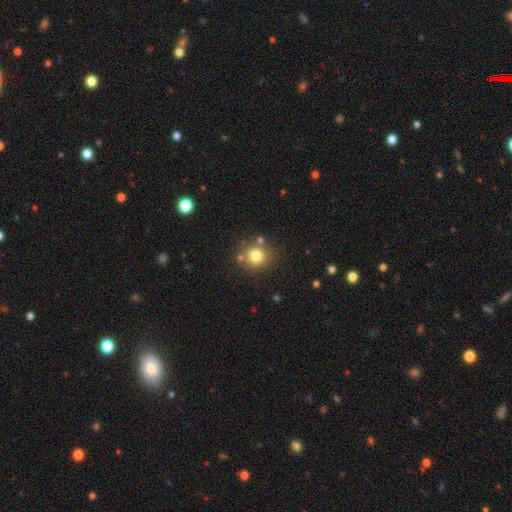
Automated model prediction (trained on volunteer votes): This appears to be a smooth galaxy with no disk features (78%) that is round (88%). Merging: none (76%).